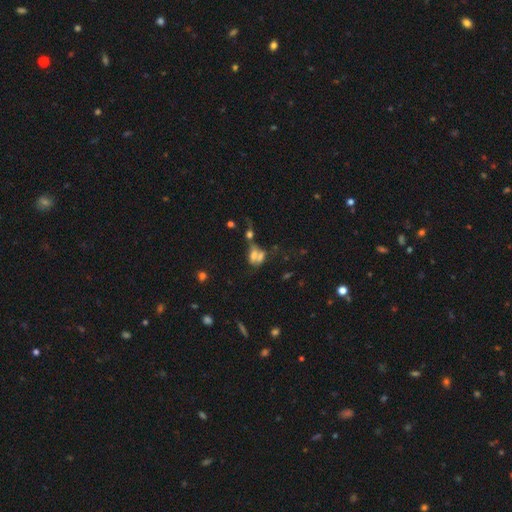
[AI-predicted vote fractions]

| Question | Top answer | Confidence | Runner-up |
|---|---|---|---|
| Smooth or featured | smooth | 50% | featured or disk (31%) |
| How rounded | in between | 70% | round (26%) |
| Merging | merger | 51% | none (22%) |